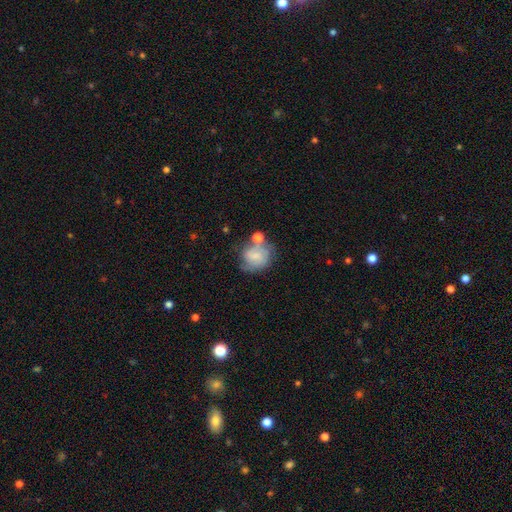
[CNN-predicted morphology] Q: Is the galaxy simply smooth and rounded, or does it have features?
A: smooth — 47%.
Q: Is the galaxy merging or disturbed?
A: none — 46%.